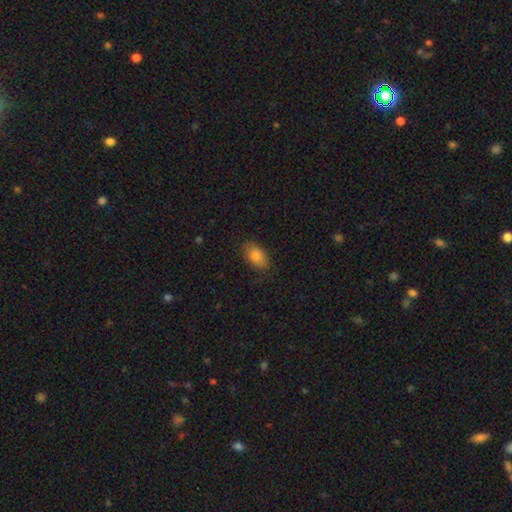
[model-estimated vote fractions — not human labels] smooth-or-featured: smooth: 83% | featured or disk: 9% | star or artifact: 8%
  how-rounded: in between: 90% | round: 8% | cigar-shaped: 2%
  merging: none: 85% | minor disturbance: 11% | major disturbance: 2% | merger: 1%